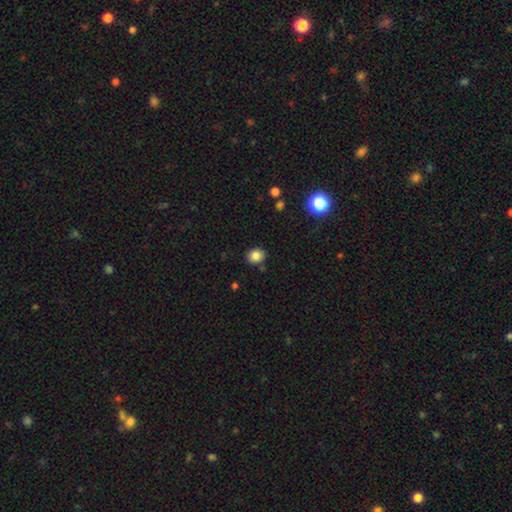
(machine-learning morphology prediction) Smooth or featured? Predicted: smooth (p=0.84). How rounded? Predicted: round (p=0.72). Merging? Predicted: none (p=0.86).